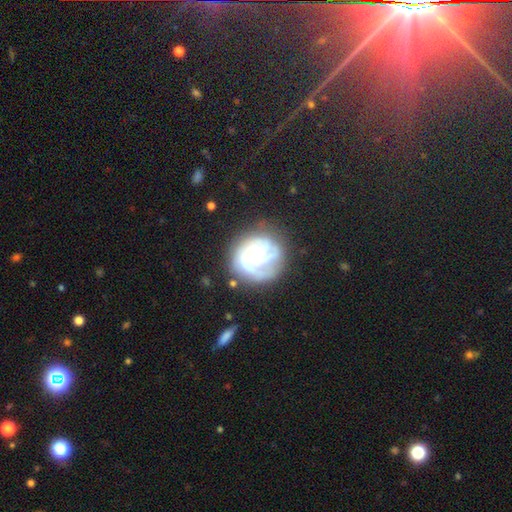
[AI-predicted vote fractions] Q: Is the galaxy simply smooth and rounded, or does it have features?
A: featured or disk — 71%.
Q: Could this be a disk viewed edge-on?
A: no — 98%.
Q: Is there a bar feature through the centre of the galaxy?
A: no — 77%.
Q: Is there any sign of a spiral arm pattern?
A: yes — 73%.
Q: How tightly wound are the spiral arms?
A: tight — 63%.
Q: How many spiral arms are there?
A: can't tell — 42%.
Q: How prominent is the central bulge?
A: small — 50%.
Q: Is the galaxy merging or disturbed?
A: none — 59%.